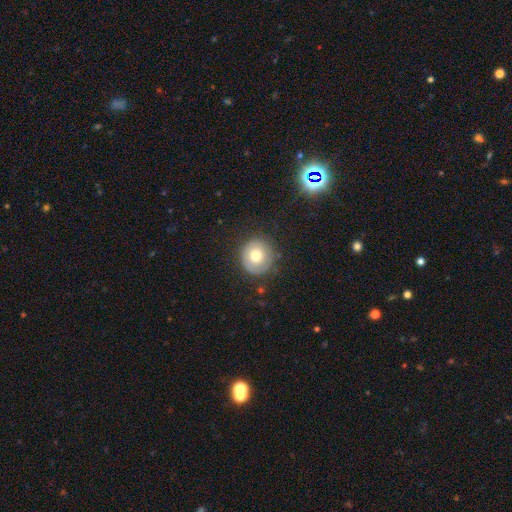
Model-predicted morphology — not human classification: This is likely a smooth galaxy (68%). How rounded: clearly round (91%). Merging: likely none (80%).